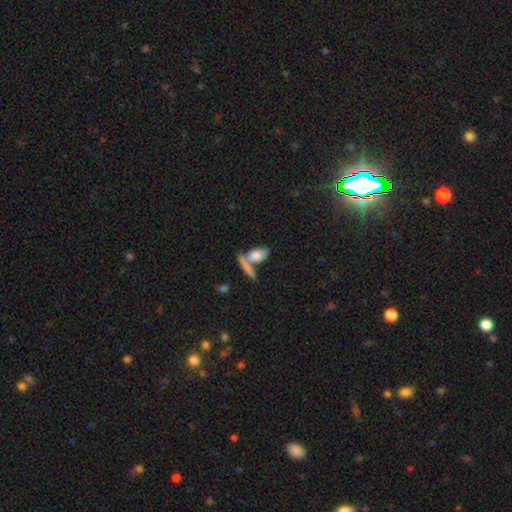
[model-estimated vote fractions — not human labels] Smooth or featured: smooth — 77% (featured or disk — 16%)
How rounded: in between — 79% (cigar-shaped — 14%)
Merging: none — 43% (merger — 41%)